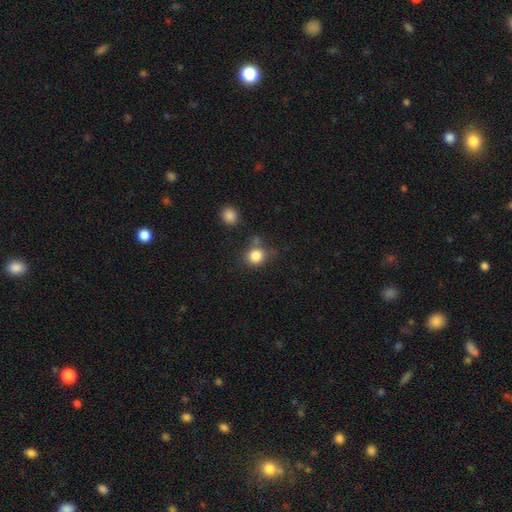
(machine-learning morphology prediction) smooth-or-featured: smooth: 84% | star or artifact: 10% | featured or disk: 5%
  how-rounded: round: 80% | in between: 19% | cigar-shaped: 1%
  merging: none: 67% | minor disturbance: 16% | merger: 11% | major disturbance: 6%